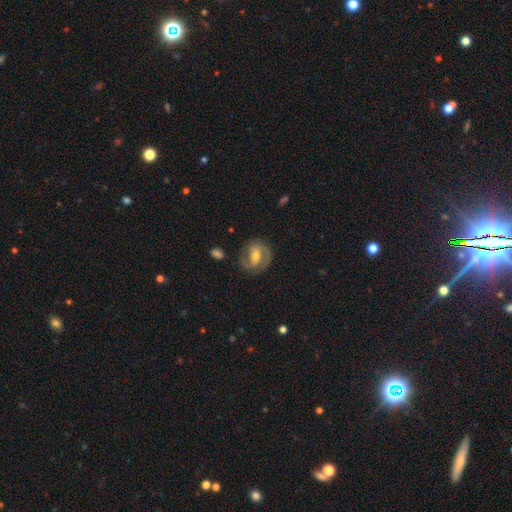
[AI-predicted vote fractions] The model was most divided on "bar": weak: 43%, strong: 34%, no: 23%. Remaining: edge-on disk — no (97%); spiral arms — yes (88%); spiral arm count — 2 (84%); merging — none (75%); smooth or featured — featured or disk (74%); bulge size — moderate (59%); spiral winding — medium (49%).